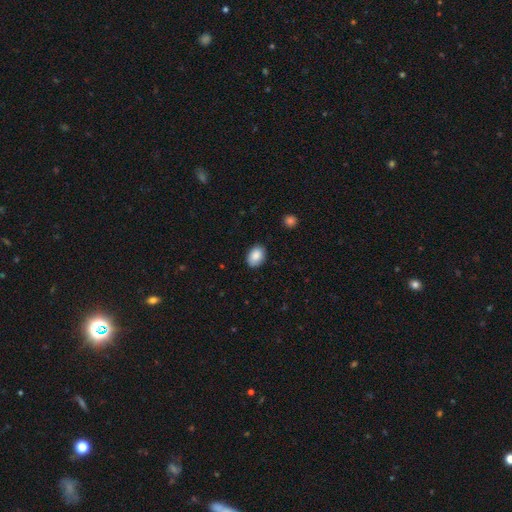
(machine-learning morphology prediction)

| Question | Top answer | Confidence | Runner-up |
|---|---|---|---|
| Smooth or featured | smooth | 88% | star or artifact (7%) |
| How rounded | in between | 82% | round (17%) |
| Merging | none | 85% | minor disturbance (11%) |